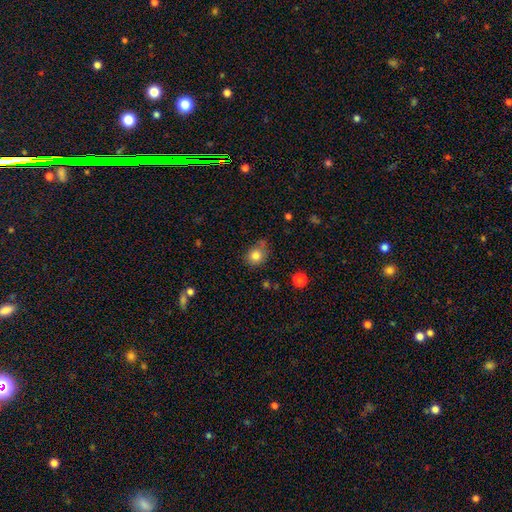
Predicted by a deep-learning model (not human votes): This appears to be a smooth galaxy with no disk features (82%) that is round (75%). Merging: none (65%).